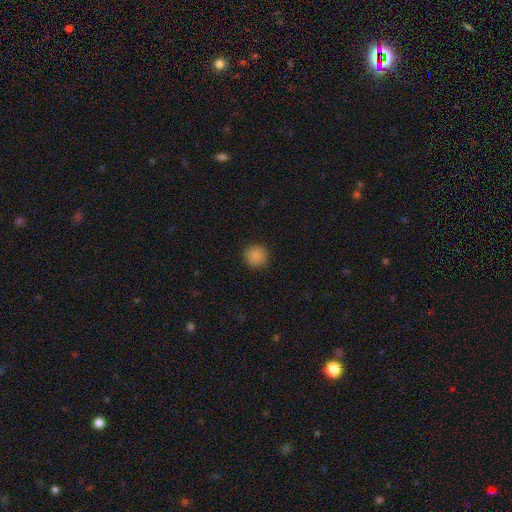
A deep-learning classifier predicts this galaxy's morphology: smooth_or_featured: smooth (p=0.87) [alt: star or artifact p=0.10]
how_rounded: round (p=0.94) [alt: in between p=0.05]
merging: none (p=0.91) [alt: minor disturbance p=0.06]